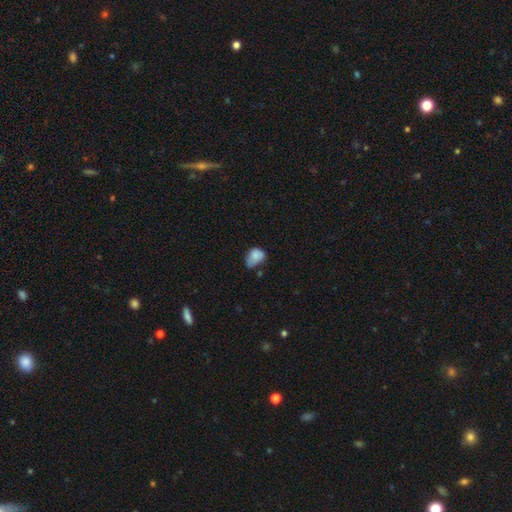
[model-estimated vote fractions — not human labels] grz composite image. It shows a smooth galaxy with no disk features (80%) that is in between round and cigar-shaped (67%). Merging: minor disturbance (45%).